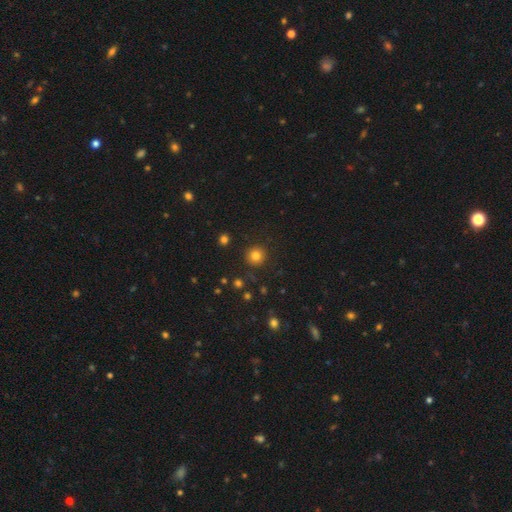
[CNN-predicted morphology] Smooth or featured: smooth — 80% (star or artifact — 13%)
How rounded: round — 94% (in between — 5%)
Merging: none — 90% (minor disturbance — 6%)